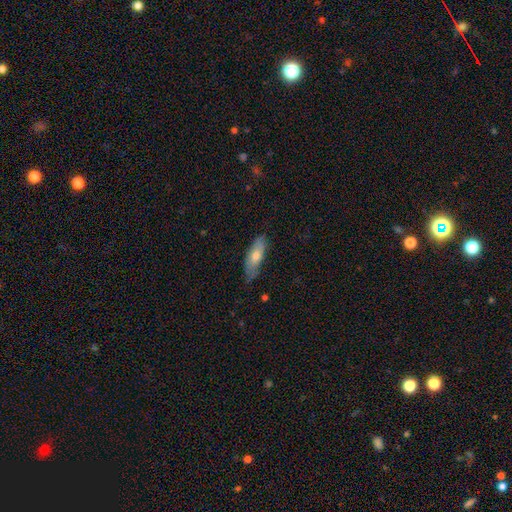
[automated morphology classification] The model was most divided on "how rounded": in between: 50%, cigar-shaped: 48%, round: 2%. More confident: merging — none (73%); smooth or featured — smooth (61%).